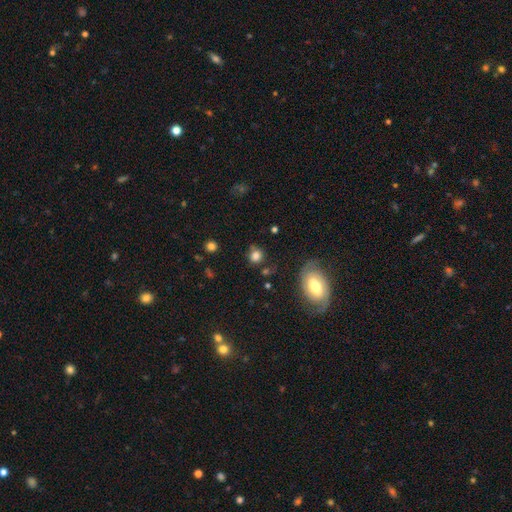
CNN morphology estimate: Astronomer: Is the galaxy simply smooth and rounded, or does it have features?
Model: smooth — 80%.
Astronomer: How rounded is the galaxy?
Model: round — 80%.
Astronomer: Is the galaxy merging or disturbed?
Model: none — 72%.